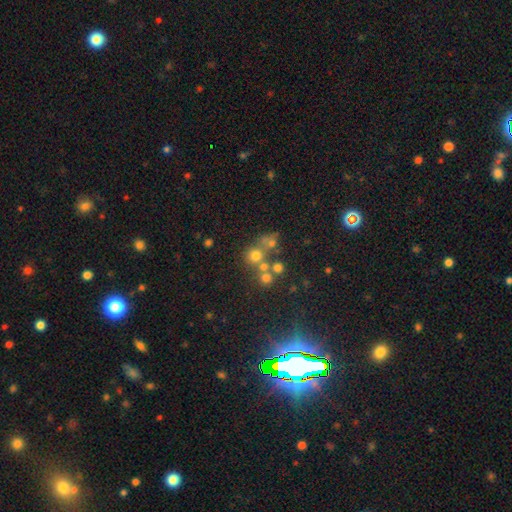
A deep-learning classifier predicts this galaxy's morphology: A smooth galaxy with no disk features (61%) that is round (87%). Merging: none (52%).